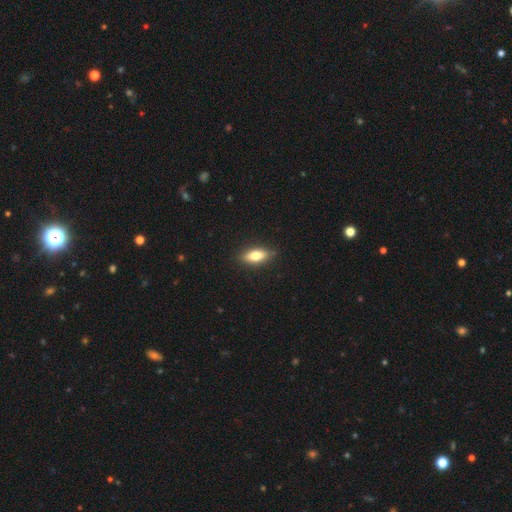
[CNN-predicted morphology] smooth_or_featured: smooth (p=0.74) [alt: featured or disk p=0.19]
how_rounded: in between (p=0.77) [alt: cigar-shaped p=0.19]
merging: none (p=0.87) [alt: minor disturbance p=0.10]